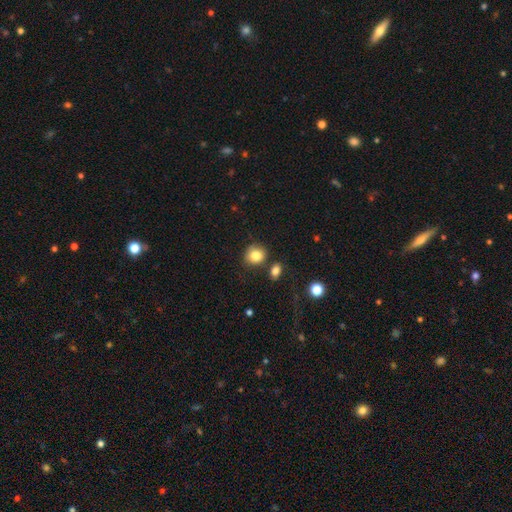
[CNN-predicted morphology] Q: Smooth or featured?
A: smooth (84%); runner-up: star or artifact (10%)
Q: How rounded?
A: round (78%); runner-up: in between (21%)
Q: Merging?
A: none (75%); runner-up: minor disturbance (13%)